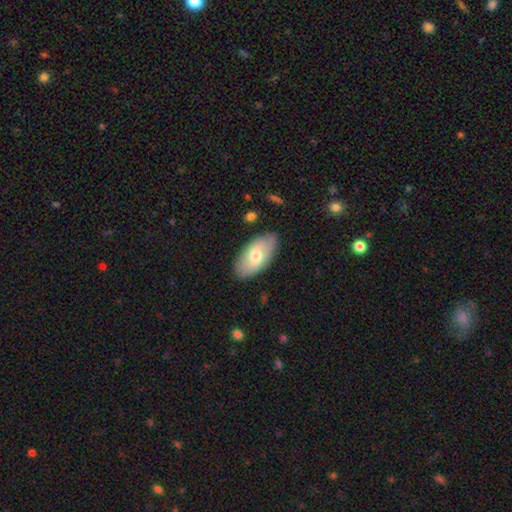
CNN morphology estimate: Overall: smooth (65%; featured or disk 29%). How rounded: in between (94%). Merging: none (86%).